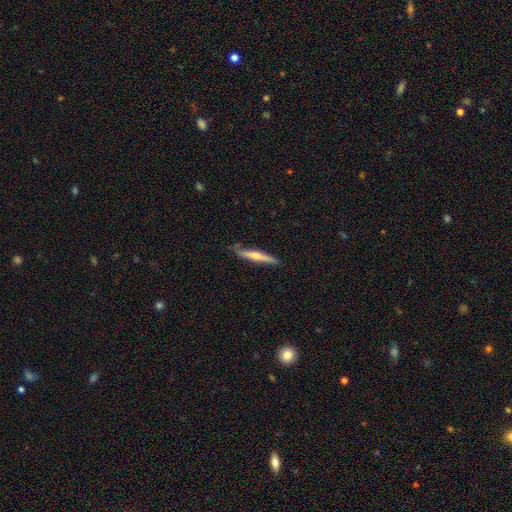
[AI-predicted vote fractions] This appears to be a featured or disk galaxy (62%) viewed edge-on (96%) with a rounded central bulge (78%). Merging: none (84%).